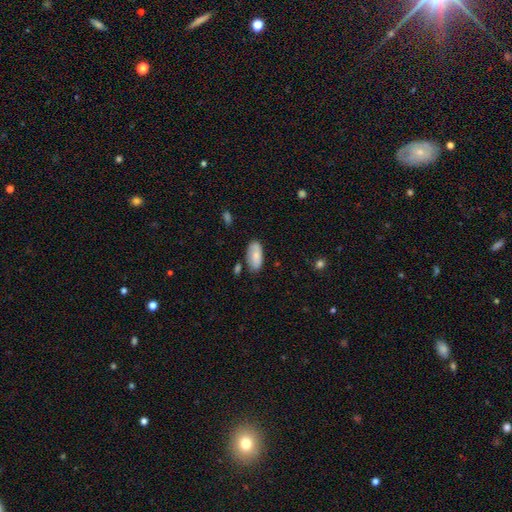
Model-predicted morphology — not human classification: Overall: smooth (77%). How rounded: in between (92%). Merging: none (73%).